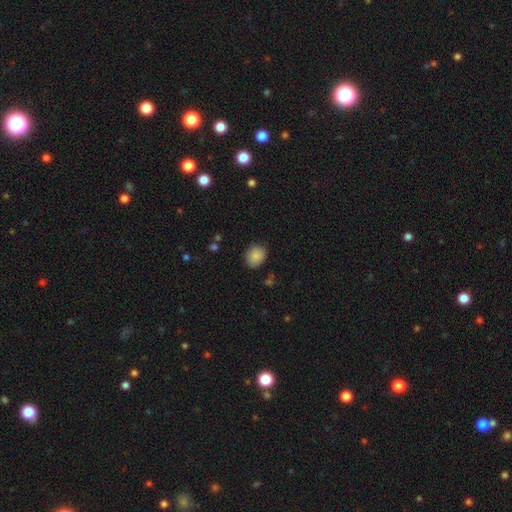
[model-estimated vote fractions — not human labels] This is clearly a smooth galaxy (87%). How rounded: possibly round (52%). Merging: clearly none (83%).